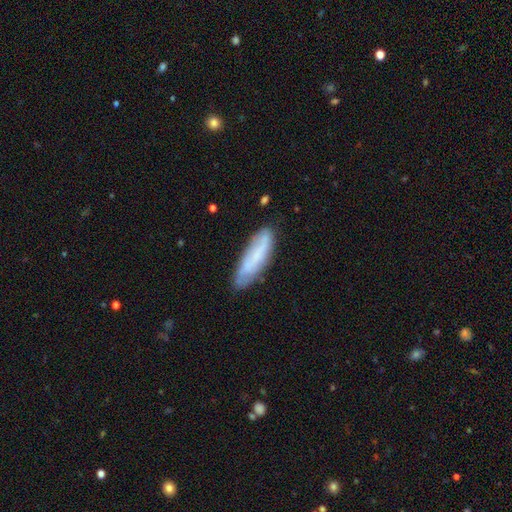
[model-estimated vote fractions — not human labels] Morphology: type=smooth (58%); roundness=cigar-shaped (62%); merging=none (76%).